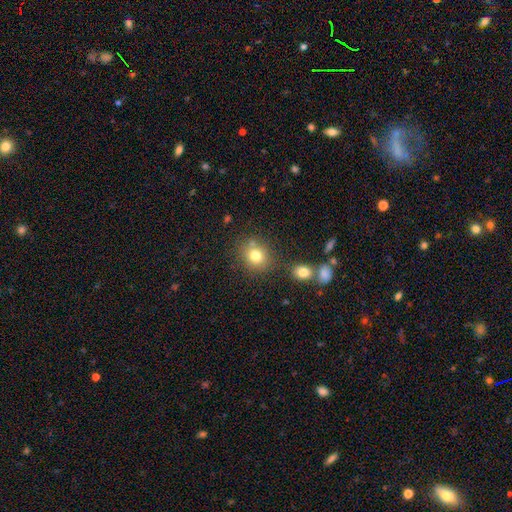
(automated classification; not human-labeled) This appears to be a smooth galaxy with no disk features (78%) that is round (76%). Merging: none (74%).